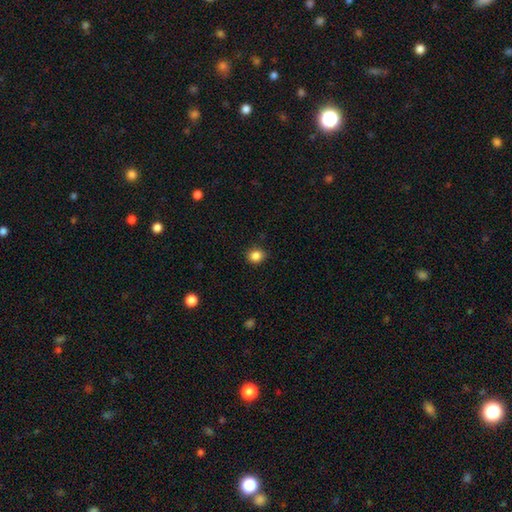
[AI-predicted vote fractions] Morphology: type=smooth (85%); roundness=round (73%); merging=none (86%).